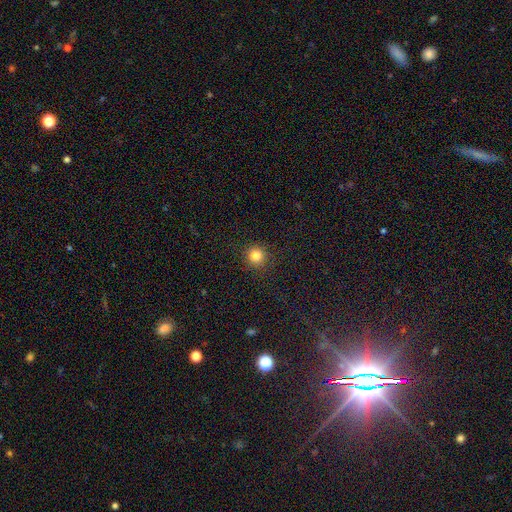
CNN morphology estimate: A smooth galaxy with no disk features (83%) that is round (94%). Merging: none (90%).